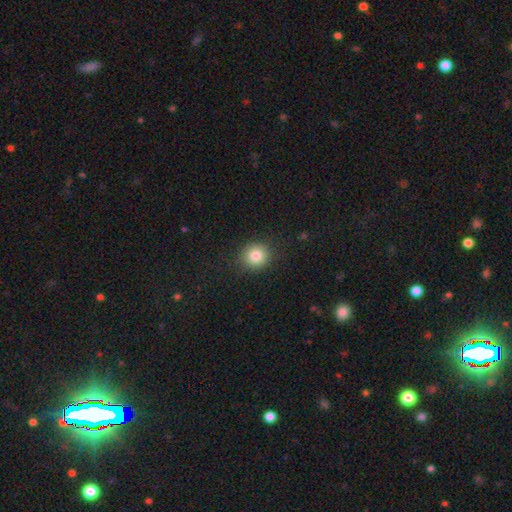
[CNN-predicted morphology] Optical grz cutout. It shows a smooth galaxy with no disk features (83%) that is round (87%). Merging: none (89%).